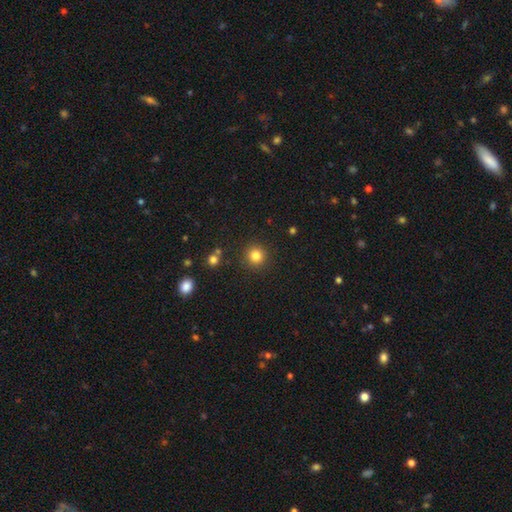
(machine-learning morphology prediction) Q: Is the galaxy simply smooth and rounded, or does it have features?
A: smooth — 82%.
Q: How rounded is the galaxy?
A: round — 94%.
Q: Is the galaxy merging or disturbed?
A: none — 90%.